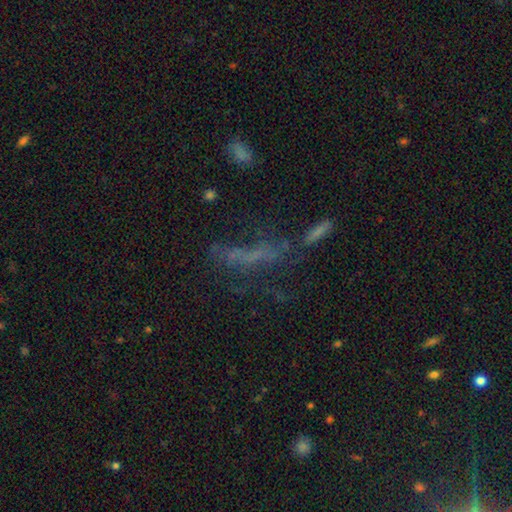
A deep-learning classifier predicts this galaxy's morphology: A smooth galaxy with no disk features (36%). Merging: none (39%).